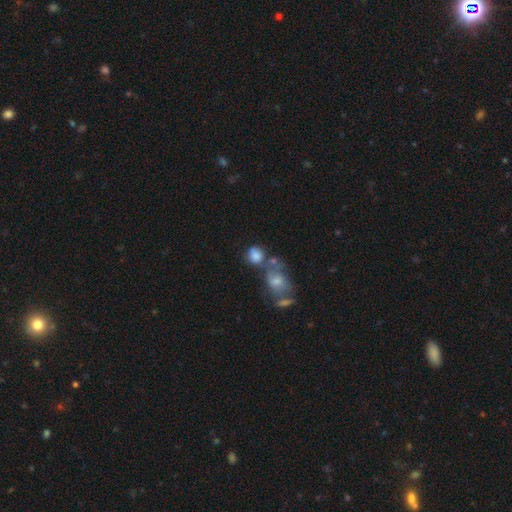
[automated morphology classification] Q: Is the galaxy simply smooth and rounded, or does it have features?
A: smooth — 78%.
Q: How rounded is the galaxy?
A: round — 66%.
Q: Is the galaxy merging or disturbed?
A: none — 40%.